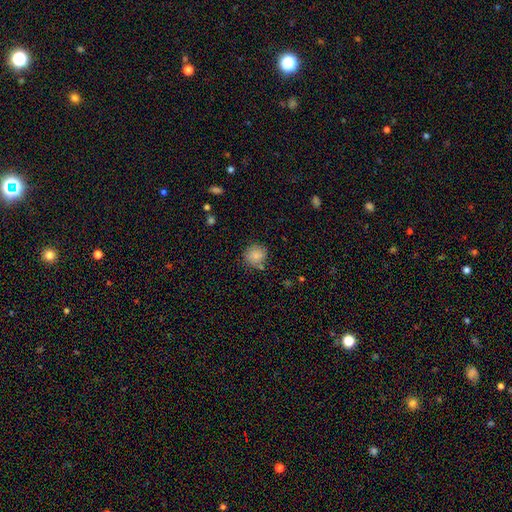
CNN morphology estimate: This is clearly a smooth galaxy (84%). How rounded: clearly round (87%). Merging: likely none (78%).